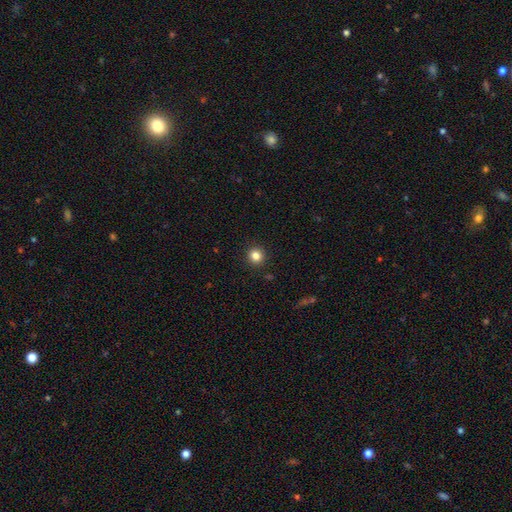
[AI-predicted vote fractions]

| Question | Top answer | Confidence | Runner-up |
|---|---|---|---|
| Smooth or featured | smooth | 82% | star or artifact (12%) |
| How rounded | round | 92% | in between (7%) |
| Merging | none | 92% | minor disturbance (5%) |